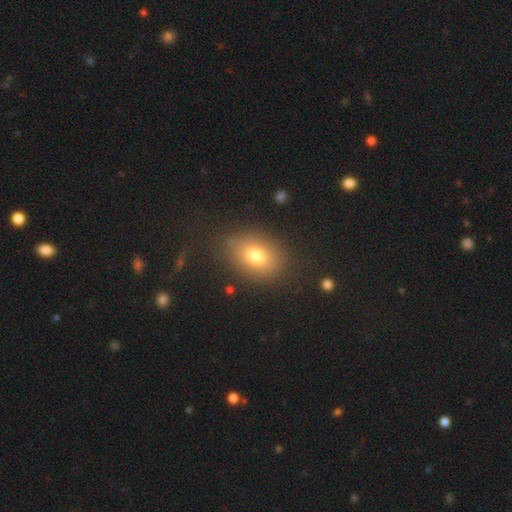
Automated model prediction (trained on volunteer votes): smooth-or-featured: smooth: 76% | star or artifact: 12% | featured or disk: 12%
  how-rounded: in between: 73% | round: 26% | cigar-shaped: 1%
  merging: none: 83% | minor disturbance: 11% | major disturbance: 4% | merger: 2%